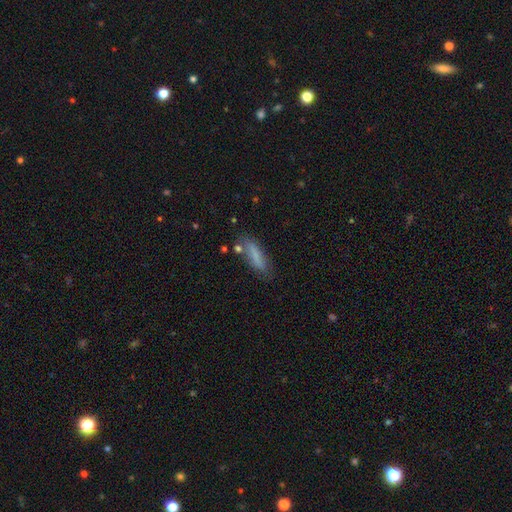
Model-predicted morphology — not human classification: smooth-or-featured: smooth: 74% | featured or disk: 18% | star or artifact: 8%
  how-rounded: cigar-shaped: 61% | in between: 37% | round: 2%
  merging: none: 68% | minor disturbance: 20% | major disturbance: 6% | merger: 5%